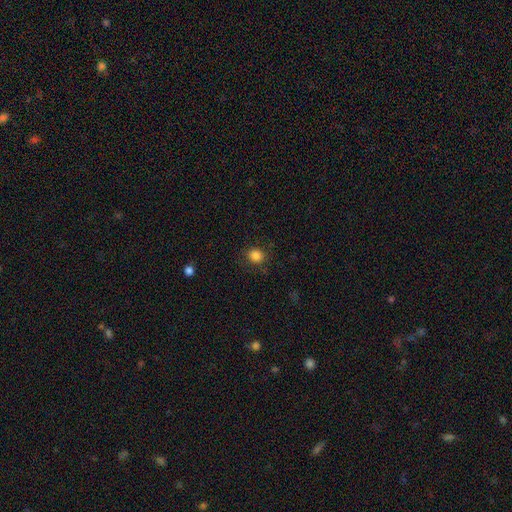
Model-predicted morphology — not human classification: Smooth or featured? Predicted: smooth (p=0.84). How rounded? Predicted: round (p=0.77). Merging? Predicted: none (p=0.85).